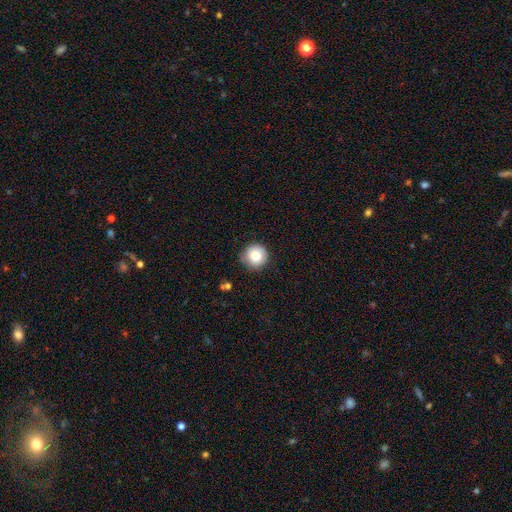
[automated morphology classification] Smooth or featured? Predicted: smooth (p=0.82). How rounded? Predicted: round (p=0.95). Merging? Predicted: none (p=0.82).